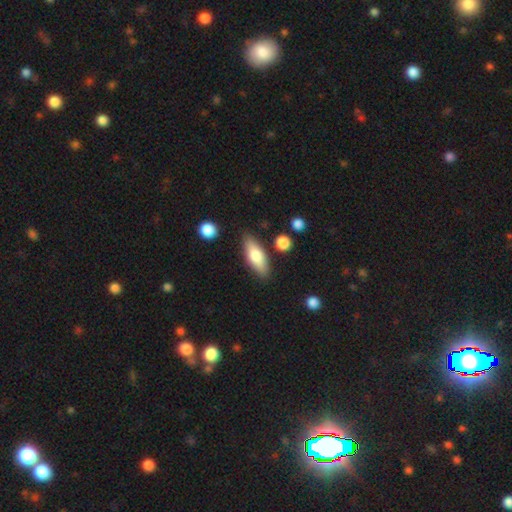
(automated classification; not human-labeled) Smooth or featured? Predicted: smooth (p=0.72). How rounded? Predicted: in between (p=0.66). Merging? Predicted: none (p=0.83).